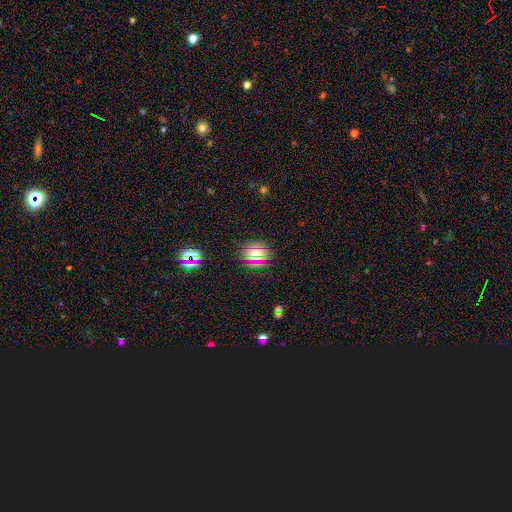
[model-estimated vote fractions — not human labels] Smooth or featured? Predicted: smooth (p=0.45). Merging? Predicted: none (p=0.82).